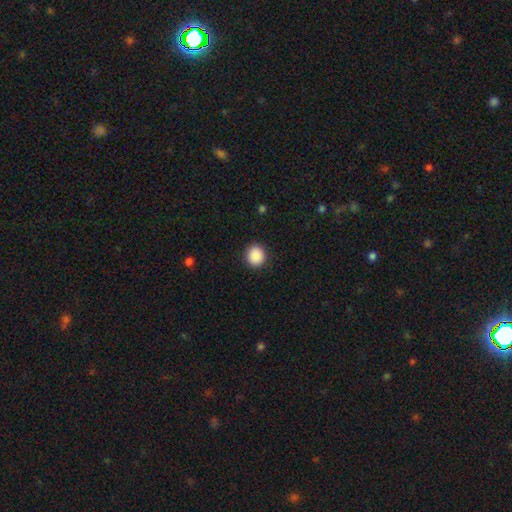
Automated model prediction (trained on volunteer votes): This is clearly a smooth galaxy (89%). How rounded: clearly round (84%). Merging: clearly none (91%).